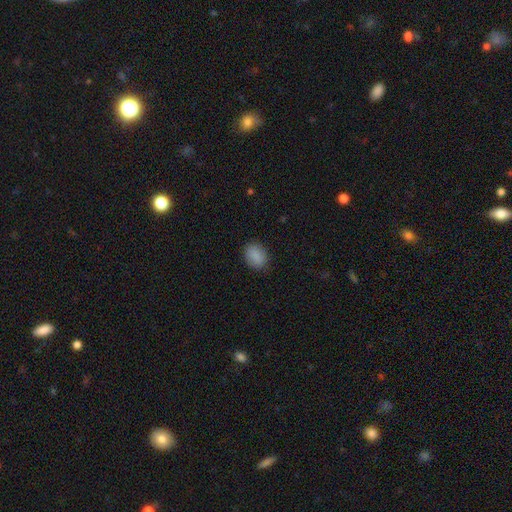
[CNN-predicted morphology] Overall: smooth (88%). How rounded: in between (69%). Merging: none (85%).